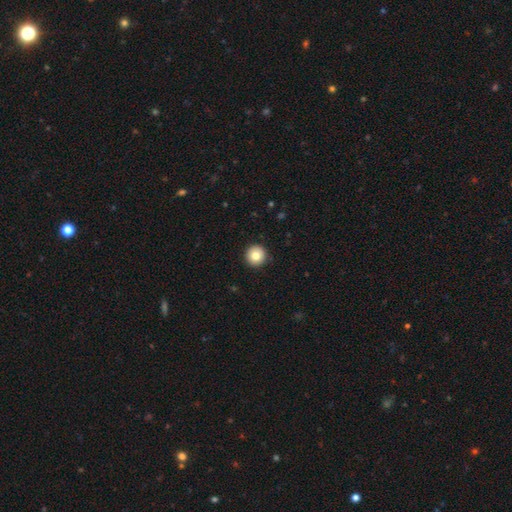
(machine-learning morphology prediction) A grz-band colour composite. It shows a smooth galaxy with no disk features (81%) that is round (96%). Merging: none (93%).